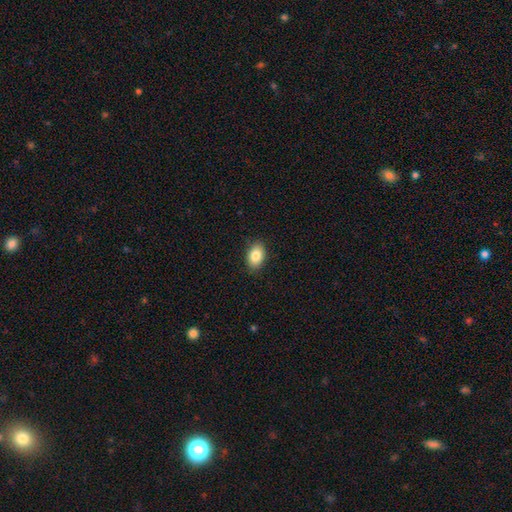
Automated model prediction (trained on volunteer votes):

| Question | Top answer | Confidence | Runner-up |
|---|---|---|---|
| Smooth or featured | smooth | 84% | featured or disk (8%) |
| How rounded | in between | 86% | round (13%) |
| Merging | none | 88% | minor disturbance (9%) |